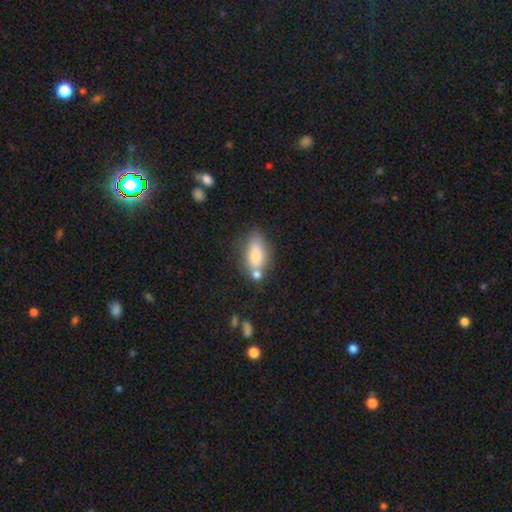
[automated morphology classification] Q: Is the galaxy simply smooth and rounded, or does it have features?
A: smooth — 79%.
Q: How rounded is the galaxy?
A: in between — 83%.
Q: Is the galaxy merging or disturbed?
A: none — 54%.